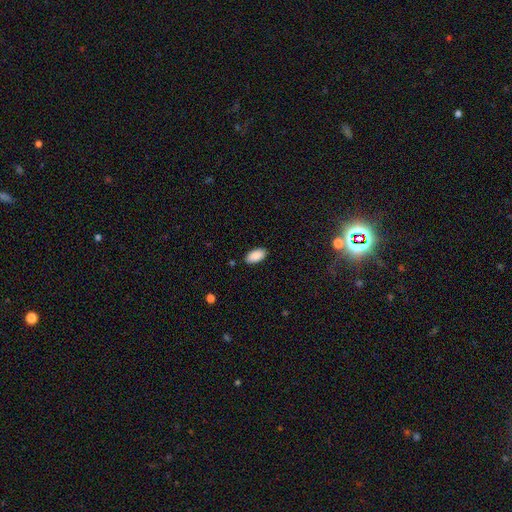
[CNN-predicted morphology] Smooth or featured: smooth — 89% (star or artifact — 7%)
How rounded: in between — 94% (cigar-shaped — 3%)
Merging: none — 88% (minor disturbance — 9%)